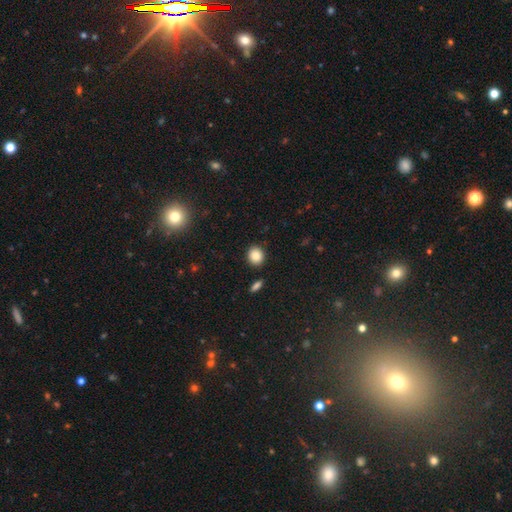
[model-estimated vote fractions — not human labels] smooth 87%, star or artifact 9%, featured or disk 4%. Down the decision tree: how rounded — round (73%); merging — none (88%).